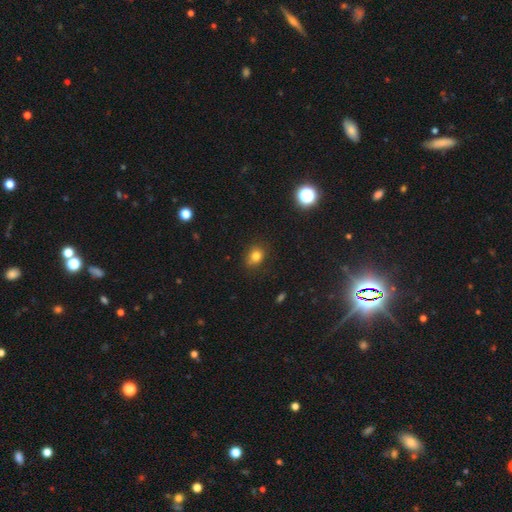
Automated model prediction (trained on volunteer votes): Smooth or featured?
  - smooth: 79% *
  - star or artifact: 14%
  - featured or disk: 7%
How rounded?
  - round: 58% *
  - in between: 41%
  - cigar-shaped: 1%
Merging?
  - none: 81% *
  - minor disturbance: 14%
  - major disturbance: 4%
  - merger: 1%